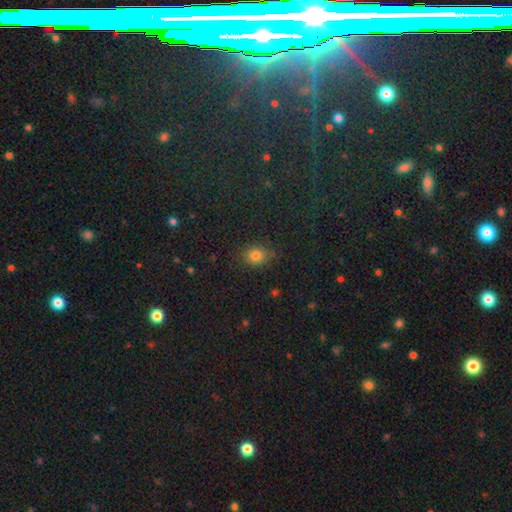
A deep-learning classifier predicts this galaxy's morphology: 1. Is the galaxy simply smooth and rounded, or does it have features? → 77% smooth, 16% star or artifact, 7% featured or disk.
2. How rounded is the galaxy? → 54% round, 45% in between, 1% cigar-shaped.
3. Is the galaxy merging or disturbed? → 80% none, 15% minor disturbance, 4% major disturbance, 2% merger.